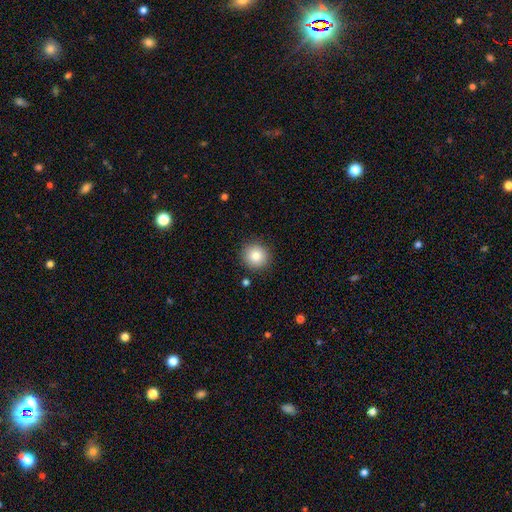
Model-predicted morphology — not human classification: A smooth galaxy with no disk features (83%) that is round (93%). Merging: none (89%).